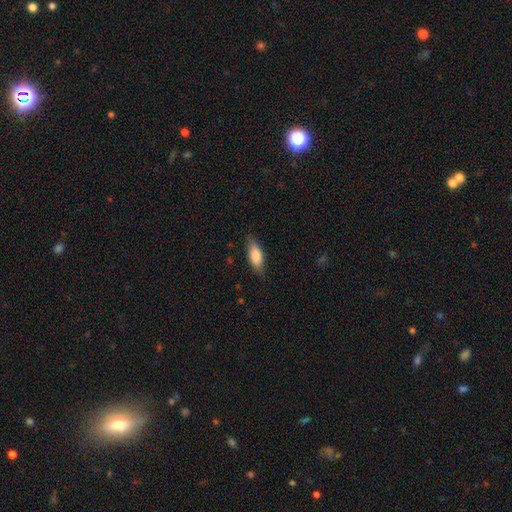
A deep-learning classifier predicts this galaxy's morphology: Overall: smooth (83%). How rounded: in between (73%). Merging: none (79%).